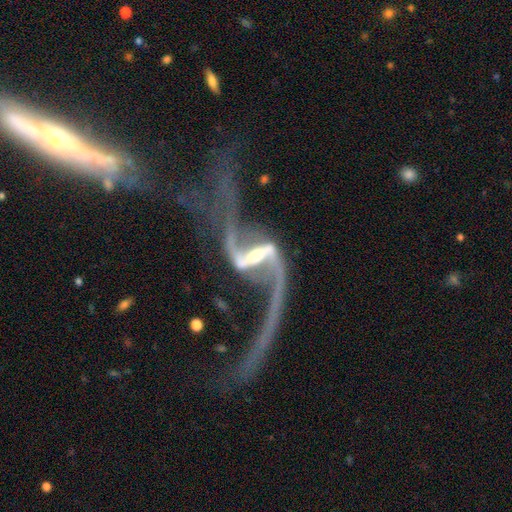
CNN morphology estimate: Smooth or featured?
  - featured or disk: 93% *
  - star or artifact: 4%
  - smooth: 3%
Edge-on disk?
  - no: 94% *
  - yes: 6%
Bar?
  - strong: 73% *
  - weak: 20%
  - no: 6%
Spiral arms?
  - yes: 95% *
  - no: 5%
Spiral winding?
  - loose: 89% *
  - medium: 8%
  - tight: 3%
Spiral arm count?
  - 2: 94% *
  - 1: 2%
  - can't tell: 1%
  - 3: 1%
  - 4: 1%
  - more than 4: 1%
Bulge size?
  - moderate: 49% *
  - small: 41%
  - large: 5%
  - none: 3%
  - dominant: 2%
Merging?
  - none: 45% *
  - major disturbance: 29%
  - minor disturbance: 14%
  - merger: 11%